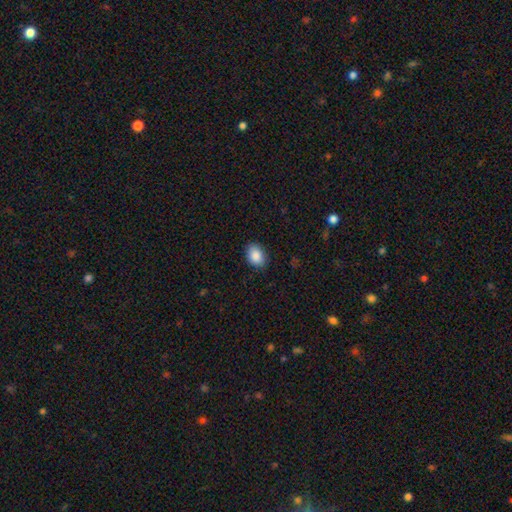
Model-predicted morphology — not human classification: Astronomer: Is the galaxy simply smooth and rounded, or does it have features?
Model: smooth — 88%.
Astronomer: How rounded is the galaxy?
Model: in between — 77%.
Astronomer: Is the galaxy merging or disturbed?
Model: none — 86%.